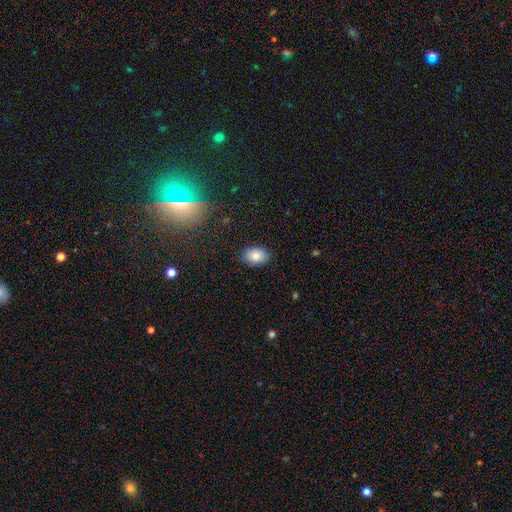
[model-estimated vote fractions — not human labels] Smooth or featured?
  - smooth: 83% *
  - star or artifact: 9%
  - featured or disk: 8%
How rounded?
  - in between: 82% *
  - round: 17%
  - cigar-shaped: 1%
Merging?
  - none: 85% *
  - minor disturbance: 11%
  - major disturbance: 2%
  - merger: 1%